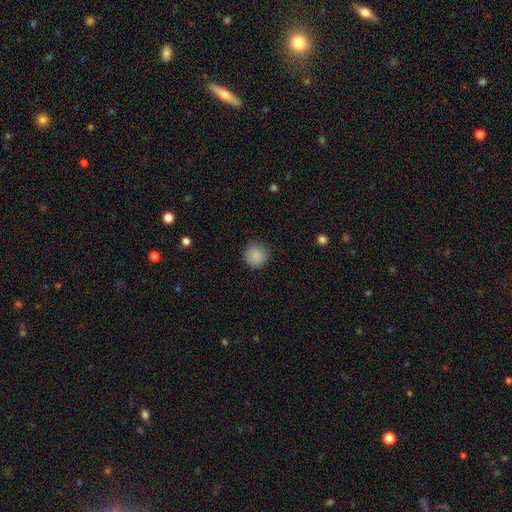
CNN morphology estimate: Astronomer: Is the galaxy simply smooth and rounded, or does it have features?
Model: smooth — 88%.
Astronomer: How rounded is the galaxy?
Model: round — 94%.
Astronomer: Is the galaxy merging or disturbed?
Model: none — 88%.